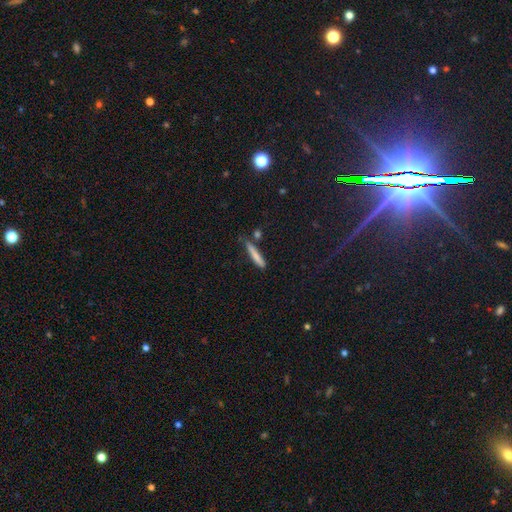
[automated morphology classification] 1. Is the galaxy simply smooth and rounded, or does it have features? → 75% smooth, 17% featured or disk, 7% star or artifact.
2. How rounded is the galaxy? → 93% cigar-shaped, 5% in between, 2% round.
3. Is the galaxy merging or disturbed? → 75% none, 15% minor disturbance, 6% merger, 3% major disturbance.